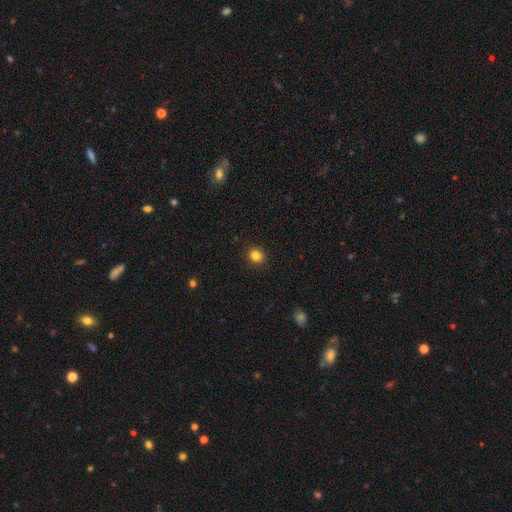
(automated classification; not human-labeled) Smooth or featured?
  - smooth: 84% *
  - star or artifact: 11%
  - featured or disk: 5%
How rounded?
  - round: 72% *
  - in between: 27%
  - cigar-shaped: 1%
Merging?
  - none: 90% *
  - minor disturbance: 7%
  - major disturbance: 2%
  - merger: 1%